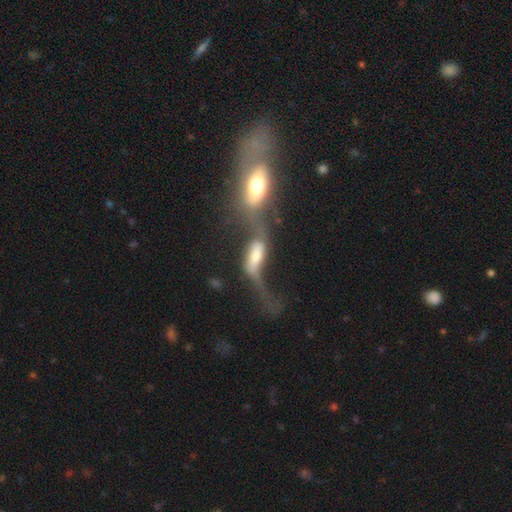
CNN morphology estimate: Smooth or featured?
  - featured or disk: 58% *
  - smooth: 32%
  - star or artifact: 10%
Edge-on disk?
  - no: 76% *
  - yes: 24%
Merging?
  - merger: 66% *
  - major disturbance: 17%
  - none: 11%
  - minor disturbance: 6%